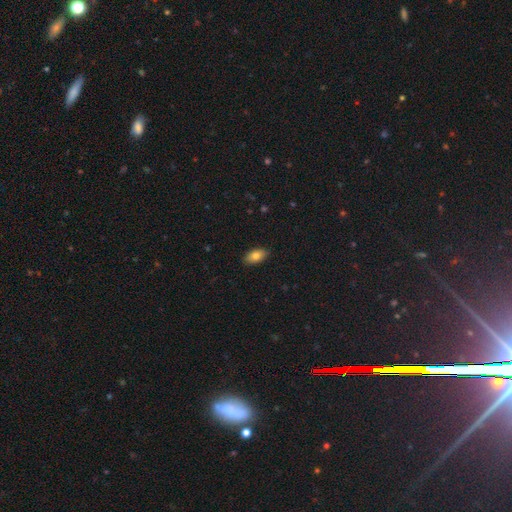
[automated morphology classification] smooth-or-featured: smooth: 80% | featured or disk: 13% | star or artifact: 8%
  how-rounded: in between: 92% | cigar-shaped: 4% | round: 4%
  merging: none: 88% | minor disturbance: 9% | major disturbance: 2% | merger: 1%